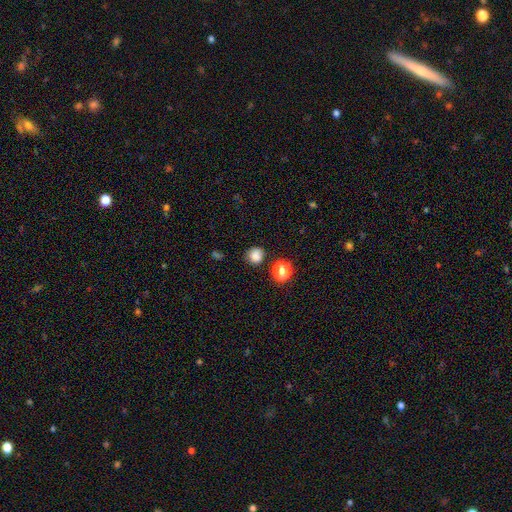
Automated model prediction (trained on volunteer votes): Smooth or featured?
  - smooth: 81% *
  - star or artifact: 14%
  - featured or disk: 5%
How rounded?
  - round: 89% *
  - in between: 10%
  - cigar-shaped: 1%
Merging?
  - none: 80% *
  - minor disturbance: 12%
  - merger: 4%
  - major disturbance: 4%